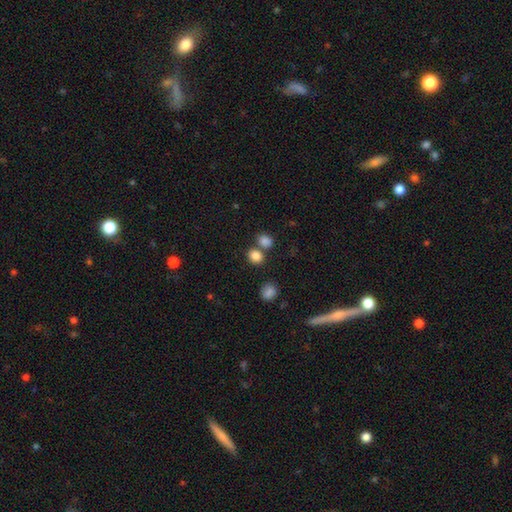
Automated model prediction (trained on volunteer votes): Overall: smooth (83%). How rounded: round (67%; in between 32%). Merging: none (62%; merger 26%).